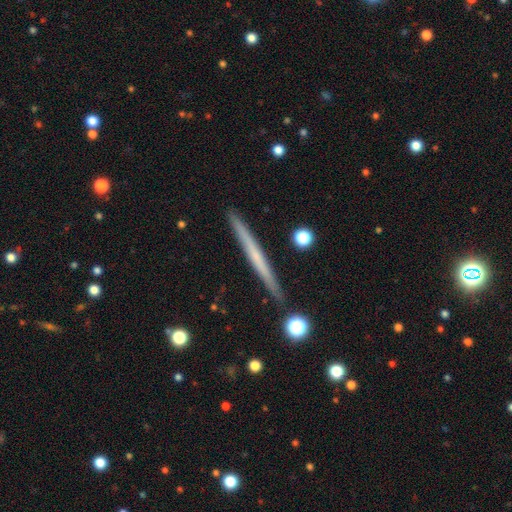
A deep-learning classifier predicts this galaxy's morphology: A featured or disk galaxy (53%) viewed edge-on (97%) with no central bulge (87%). Merging: none (91%).